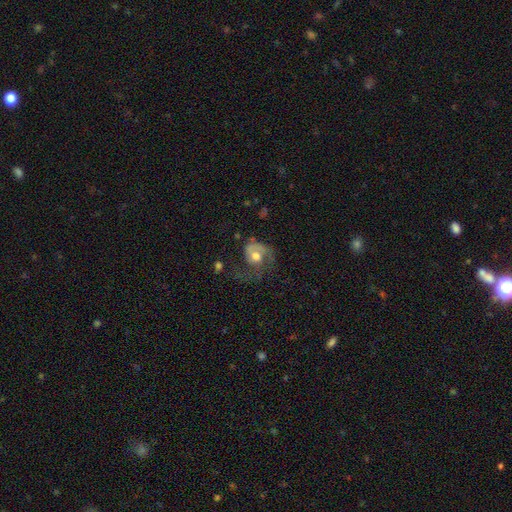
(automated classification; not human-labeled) Smooth or featured? Predicted: featured or disk (p=0.59). Edge-on disk? Predicted: no (p=0.97). Bar? Predicted: no (p=0.77). Spiral arms? Predicted: yes (p=0.78). Bulge size? Predicted: moderate (p=0.65). Merging? Predicted: major disturbance (p=0.49).